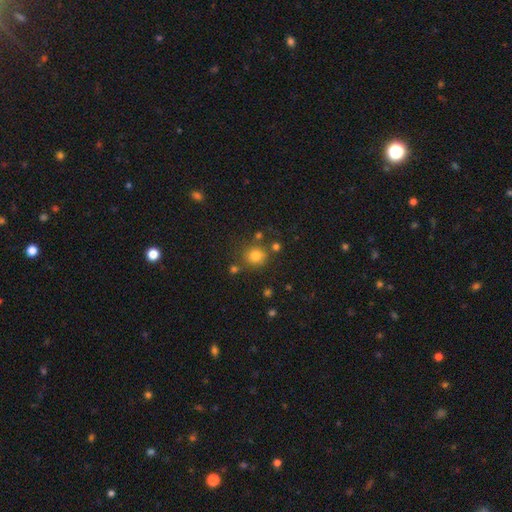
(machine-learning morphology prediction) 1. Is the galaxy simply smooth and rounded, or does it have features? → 78% smooth, 15% star or artifact, 7% featured or disk.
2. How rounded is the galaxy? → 87% round, 12% in between, 1% cigar-shaped.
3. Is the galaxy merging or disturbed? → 75% none, 12% minor disturbance, 10% merger, 4% major disturbance.